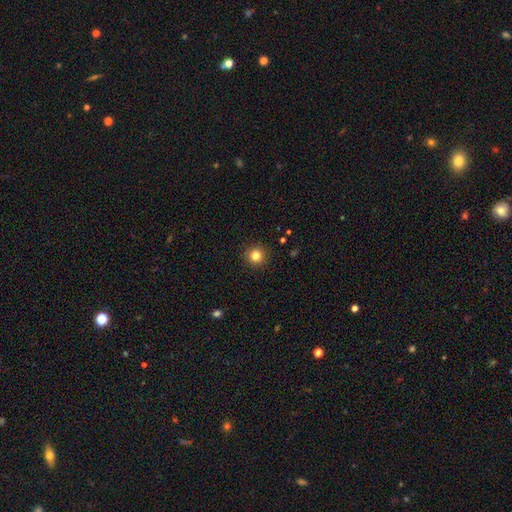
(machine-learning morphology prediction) smooth 82%, star or artifact 13%, featured or disk 6%. Down the decision tree: how rounded — round (94%); merging — none (92%).